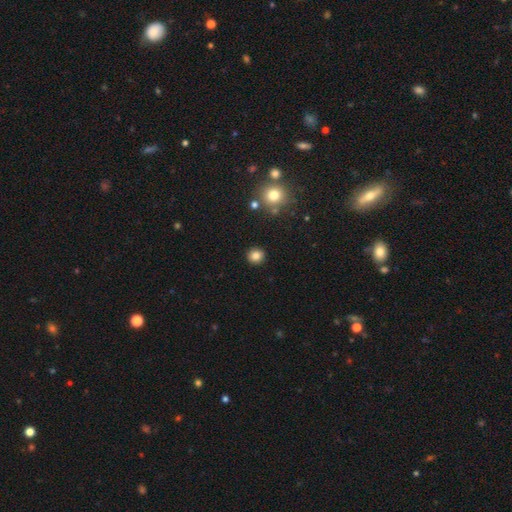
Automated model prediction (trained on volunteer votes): smooth 84%, star or artifact 11%, featured or disk 5%. Down the decision tree: how rounded — round (89%); merging — none (91%).